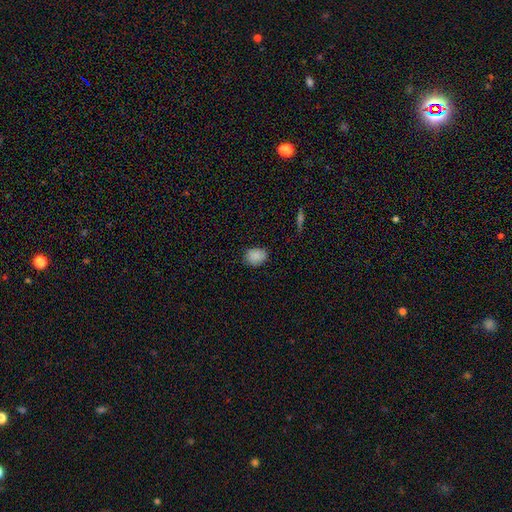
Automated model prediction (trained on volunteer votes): smooth-or-featured: smooth: 87% | star or artifact: 8% | featured or disk: 5%
  how-rounded: in between: 57% | round: 42% | cigar-shaped: 1%
  merging: none: 80% | minor disturbance: 16% | major disturbance: 3% | merger: 1%